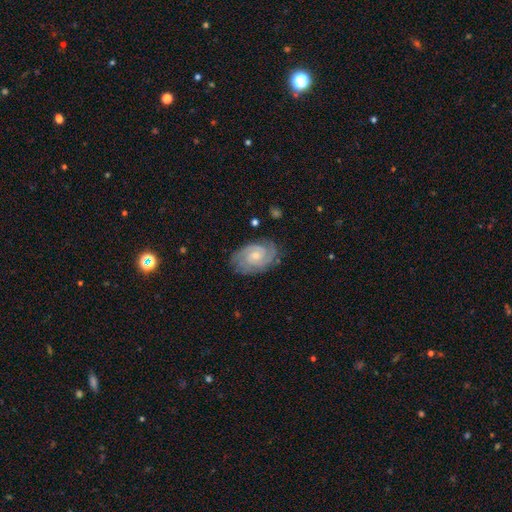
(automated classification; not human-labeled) Smooth or featured?
  - featured or disk: 82% *
  - smooth: 13%
  - star or artifact: 5%
Edge-on disk?
  - no: 97% *
  - yes: 3%
Bar?
  - no: 68% *
  - weak: 28%
  - strong: 4%
Spiral arms?
  - yes: 96% *
  - no: 4%
Spiral winding?
  - tight: 64% *
  - medium: 30%
  - loose: 6%
Spiral arm count?
  - 2: 49% *
  - can't tell: 21%
  - 3: 18%
  - 4: 5%
  - 1: 4%
  - more than 4: 3%
Bulge size?
  - small: 60% *
  - moderate: 34%
  - none: 3%
  - large: 2%
  - dominant: 1%
Merging?
  - none: 77% *
  - minor disturbance: 17%
  - major disturbance: 5%
  - merger: 1%